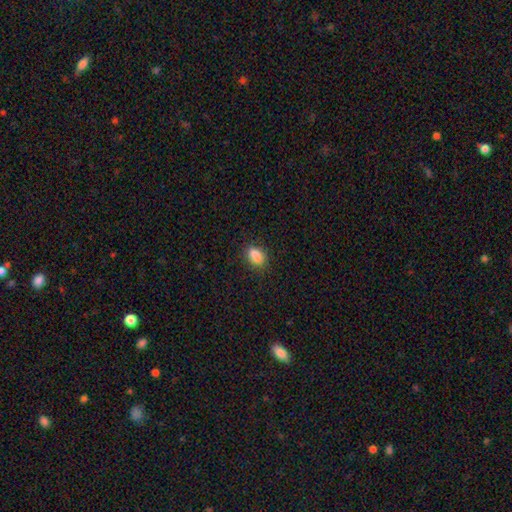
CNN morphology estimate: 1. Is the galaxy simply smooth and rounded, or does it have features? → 85% smooth, 10% star or artifact, 5% featured or disk.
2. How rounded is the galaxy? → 81% in between, 15% round, 4% cigar-shaped.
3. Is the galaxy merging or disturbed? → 75% none, 17% minor disturbance, 4% major disturbance, 4% merger.